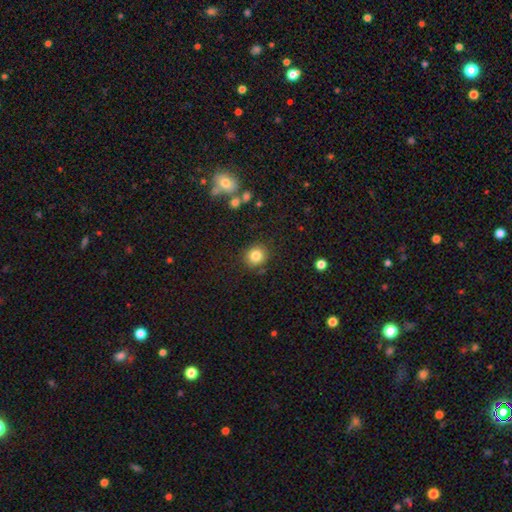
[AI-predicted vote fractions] Q: Smooth or featured?
A: smooth (82%); runner-up: star or artifact (11%)
Q: How rounded?
A: round (87%); runner-up: in between (12%)
Q: Merging?
A: none (86%); runner-up: minor disturbance (8%)